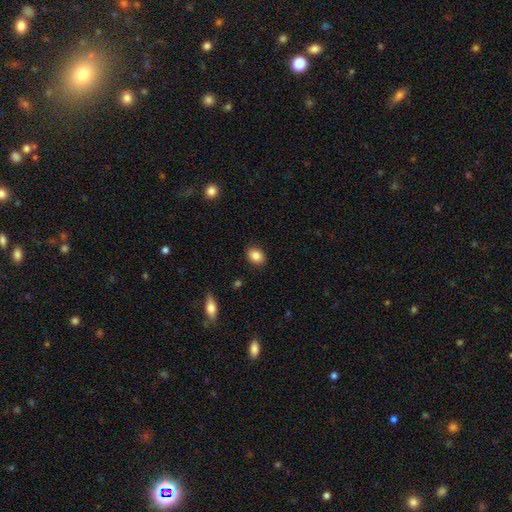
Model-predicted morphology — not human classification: A smooth galaxy with no disk features (86%) that is in between round and cigar-shaped (65%).

Vote fractions:
- Smooth or featured? smooth: 86% / star or artifact: 8% / featured or disk: 5%
- How rounded? in between: 65% / round: 34% / cigar-shaped: 1%
- Merging? none: 88% / minor disturbance: 9% / major disturbance: 2% / merger: 1%